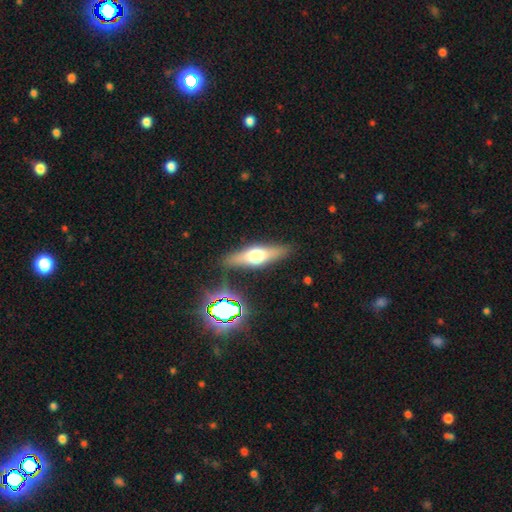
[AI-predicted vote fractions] Q: Smooth or featured?
A: featured or disk (51%); runner-up: smooth (40%)
Q: Edge-on disk?
A: yes (89%); runner-up: no (11%)
Q: Merging?
A: none (84%); runner-up: minor disturbance (10%)